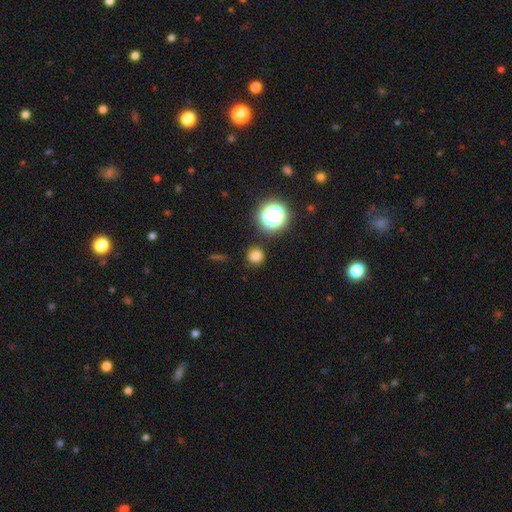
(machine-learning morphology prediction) Q: Smooth or featured?
A: smooth (76%); runner-up: star or artifact (19%)
Q: How rounded?
A: round (91%); runner-up: in between (8%)
Q: Merging?
A: none (85%); runner-up: minor disturbance (9%)